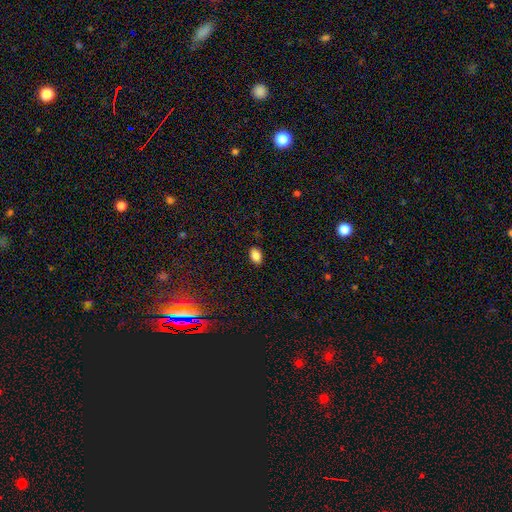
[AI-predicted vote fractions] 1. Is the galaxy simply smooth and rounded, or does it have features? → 85% smooth, 10% star or artifact, 5% featured or disk.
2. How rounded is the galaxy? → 87% in between, 12% round, 1% cigar-shaped.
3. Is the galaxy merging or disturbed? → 88% none, 9% minor disturbance, 2% major disturbance, 1% merger.